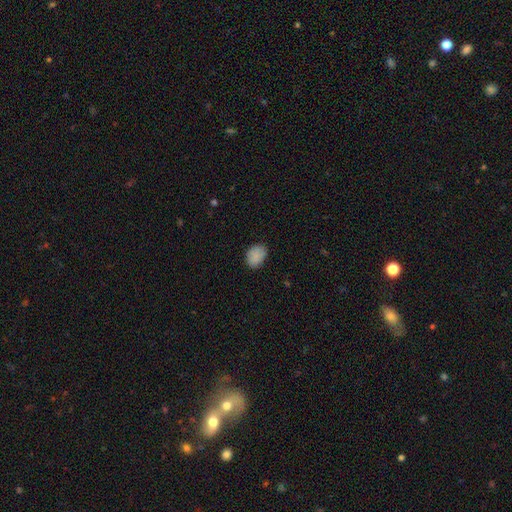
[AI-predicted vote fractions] A smooth galaxy with no disk features (87%) that is in between round and cigar-shaped (72%). Merging: none (79%).